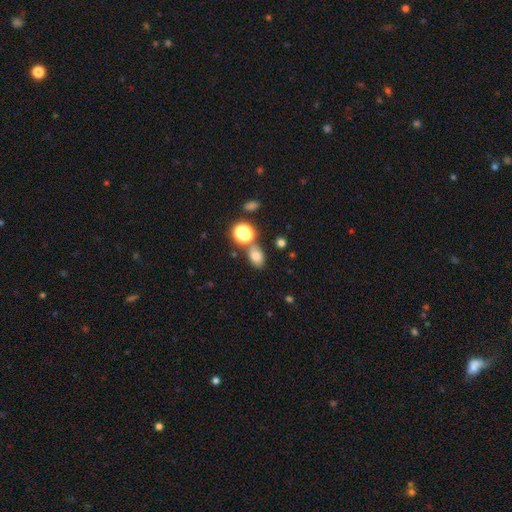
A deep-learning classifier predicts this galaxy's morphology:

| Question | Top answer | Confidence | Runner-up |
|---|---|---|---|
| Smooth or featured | smooth | 74% | star or artifact (17%) |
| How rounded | in between | 70% | round (29%) |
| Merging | none | 62% | merger (20%) |